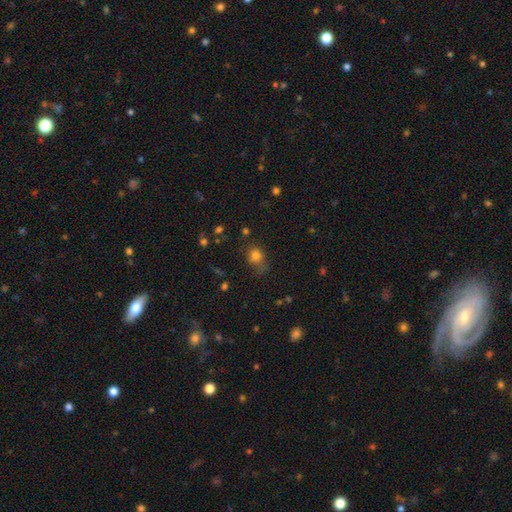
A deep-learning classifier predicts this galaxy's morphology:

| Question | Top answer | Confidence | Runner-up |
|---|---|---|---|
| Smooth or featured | smooth | 78% | star or artifact (15%) |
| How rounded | round | 62% | in between (36%) |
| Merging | none | 51% | minor disturbance (29%) |